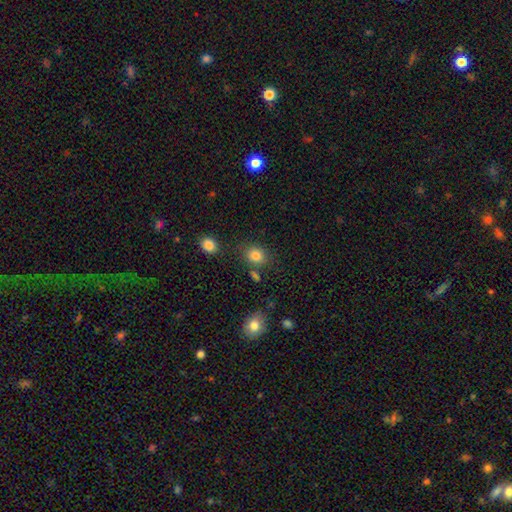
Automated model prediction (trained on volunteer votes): Smooth or featured? Predicted: smooth (p=0.83). How rounded? Predicted: round (p=0.62). Merging? Predicted: none (p=0.75).